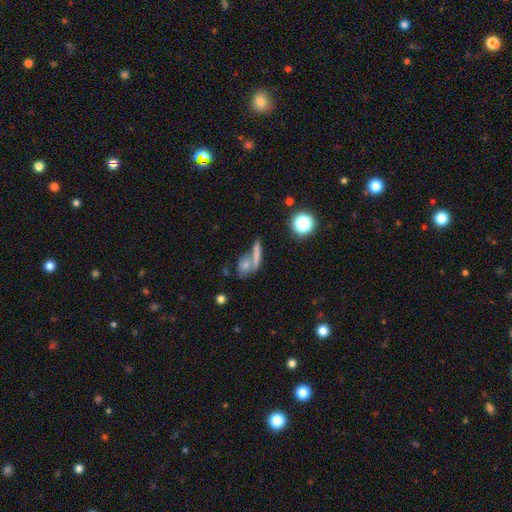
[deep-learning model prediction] smooth_or_featured: smooth (p=0.67) [alt: featured or disk p=0.20]
how_rounded: cigar-shaped (p=0.50) [alt: in between p=0.28]
merging: none (p=0.42) [tied with: merger p=0.42]